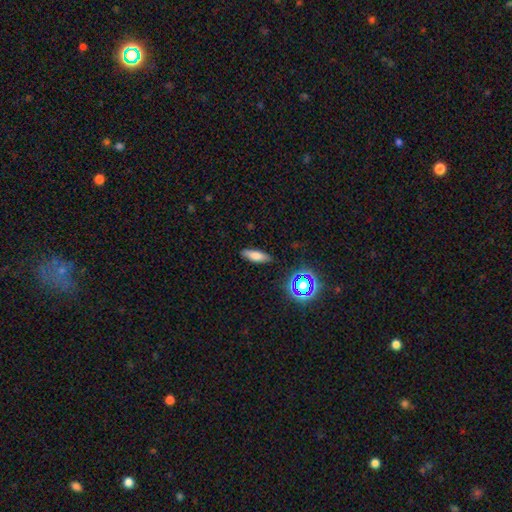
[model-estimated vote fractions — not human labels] Smooth or featured: smooth — 71% (featured or disk — 17%)
How rounded: in between — 49% (cigar-shaped — 47%)
Merging: none — 86% (minor disturbance — 10%)